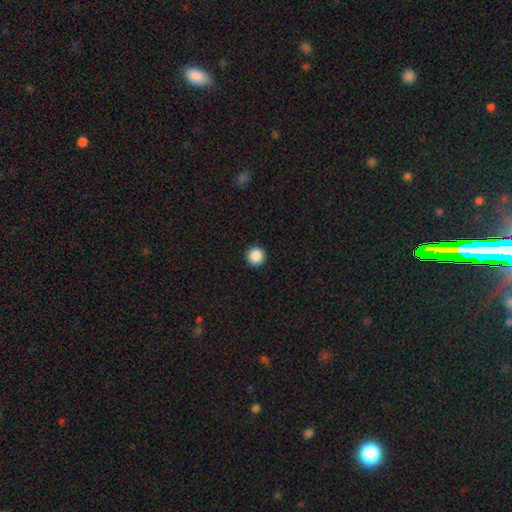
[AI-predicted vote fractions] Smooth or featured?
  - smooth: 88% *
  - star or artifact: 9%
  - featured or disk: 3%
How rounded?
  - round: 96% *
  - in between: 3%
  - cigar-shaped: 1%
Merging?
  - none: 94% *
  - minor disturbance: 4%
  - major disturbance: 1%
  - merger: 1%